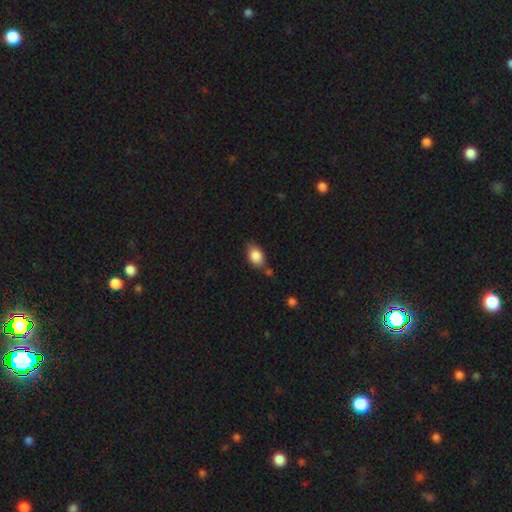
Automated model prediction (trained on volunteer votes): A smooth galaxy with no disk features (85%) that is in between round and cigar-shaped (84%).

Vote fractions:
- Smooth or featured? smooth: 85% / featured or disk: 8% / star or artifact: 8%
- How rounded? in between: 84% / round: 13% / cigar-shaped: 2%
- Merging? none: 67% / minor disturbance: 21% / merger: 8% / major disturbance: 4%